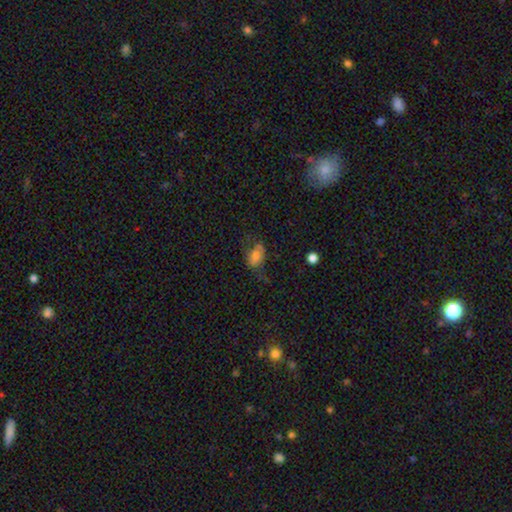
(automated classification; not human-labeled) Smooth or featured: smooth — 71% (featured or disk — 18%)
How rounded: in between — 84% (round — 14%)
Merging: none — 54% (minor disturbance — 27%)